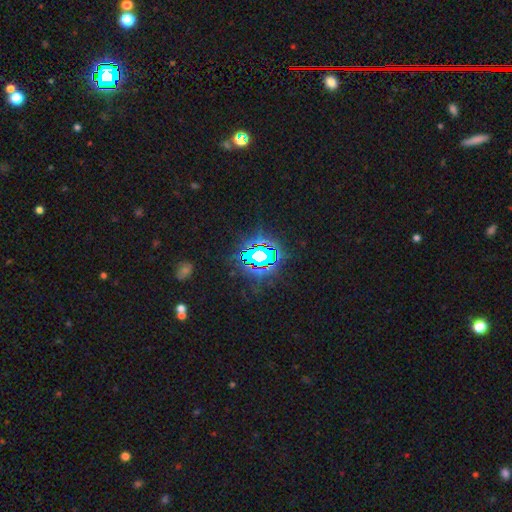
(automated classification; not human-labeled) Morphology: type=star or artifact (79%).